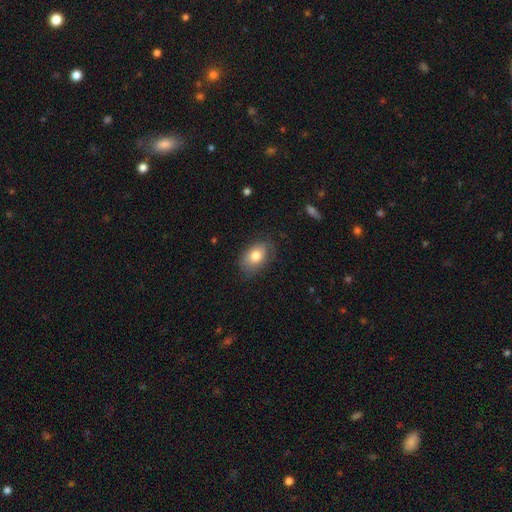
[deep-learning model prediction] smooth 77%, featured or disk 15%, star or artifact 8%. Down the decision tree: how rounded — in between (85%); merging — none (75%).